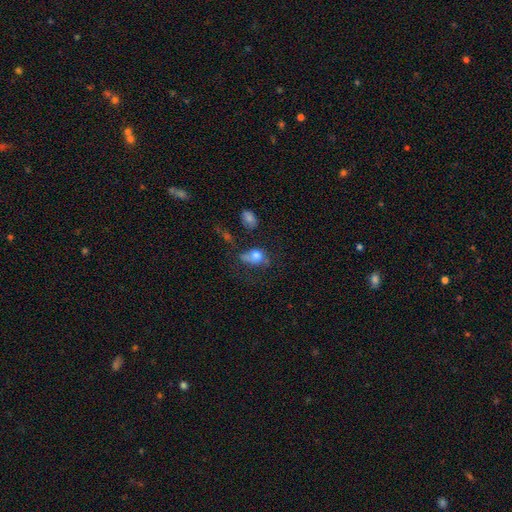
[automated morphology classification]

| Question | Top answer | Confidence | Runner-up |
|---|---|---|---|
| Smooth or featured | smooth | 72% | featured or disk (18%) |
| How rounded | in between | 62% | round (36%) |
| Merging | none | 34% | major disturbance (28%) |